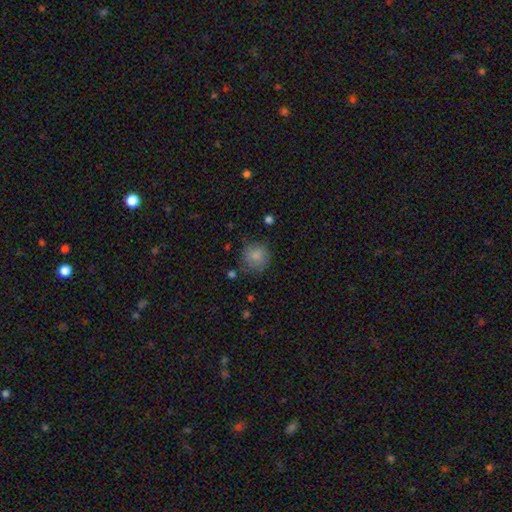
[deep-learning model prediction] smooth-or-featured: smooth: 82% | featured or disk: 9% | star or artifact: 9%
  how-rounded: round: 90% | in between: 9% | cigar-shaped: 1%
  merging: none: 72% | minor disturbance: 19% | major disturbance: 6% | merger: 3%